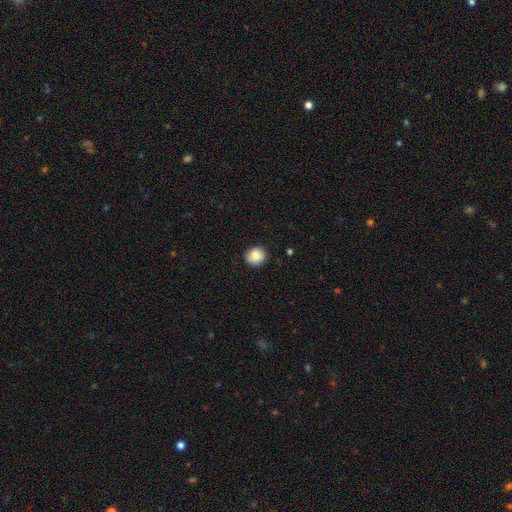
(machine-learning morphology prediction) smooth 84%, star or artifact 8%, featured or disk 7%. Down the decision tree: how rounded — round (88%); merging — none (88%).